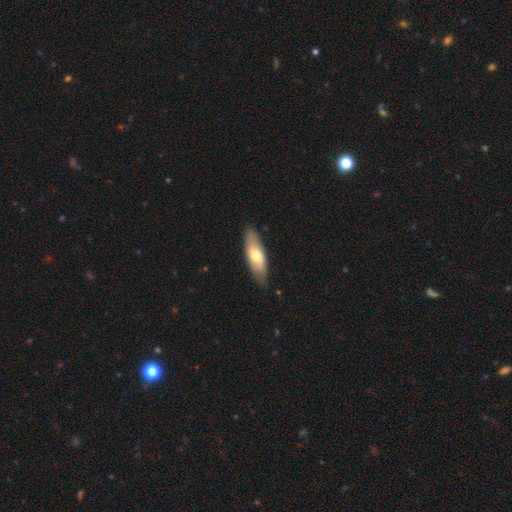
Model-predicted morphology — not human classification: smooth 60%, featured or disk 35%, star or artifact 5%. Down the decision tree: how rounded — in between (60%); merging — none (83%).